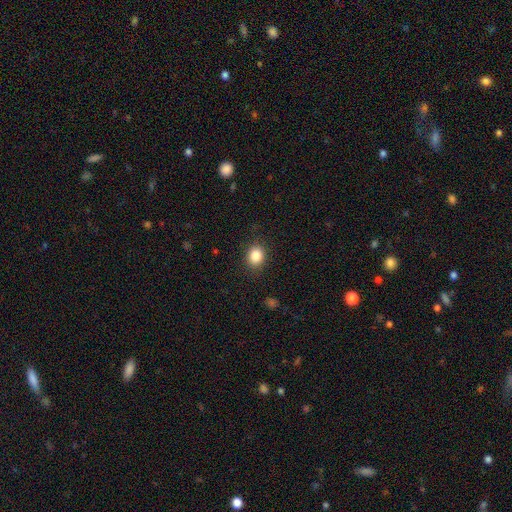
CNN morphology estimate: Q: Smooth or featured?
A: smooth (86%); runner-up: star or artifact (10%)
Q: How rounded?
A: round (59%); runner-up: in between (40%)
Q: Merging?
A: none (87%); runner-up: minor disturbance (9%)